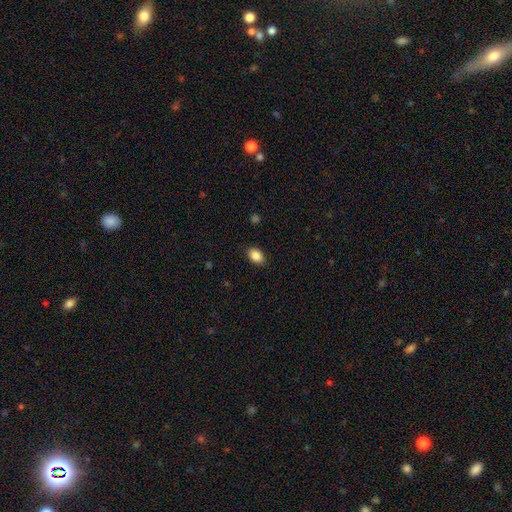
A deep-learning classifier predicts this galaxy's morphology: smooth_or_featured: smooth (p=0.88) [alt: star or artifact p=0.08]
how_rounded: in between (p=0.84) [alt: round p=0.15]
merging: none (p=0.88) [alt: minor disturbance p=0.09]